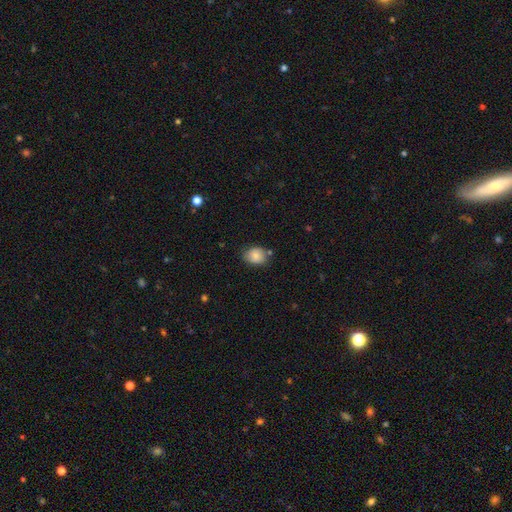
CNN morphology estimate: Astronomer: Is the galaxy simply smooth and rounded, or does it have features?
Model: smooth — 81%.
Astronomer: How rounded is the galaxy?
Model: in between — 53% (runner-up: round, 46%).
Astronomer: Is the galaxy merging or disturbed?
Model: none — 72%.